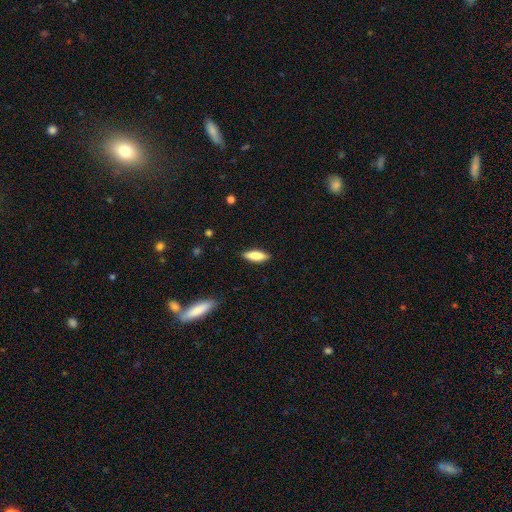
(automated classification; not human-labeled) This is likely a smooth galaxy (79%). How rounded: possibly cigar-shaped (50%). Merging: clearly none (88%).